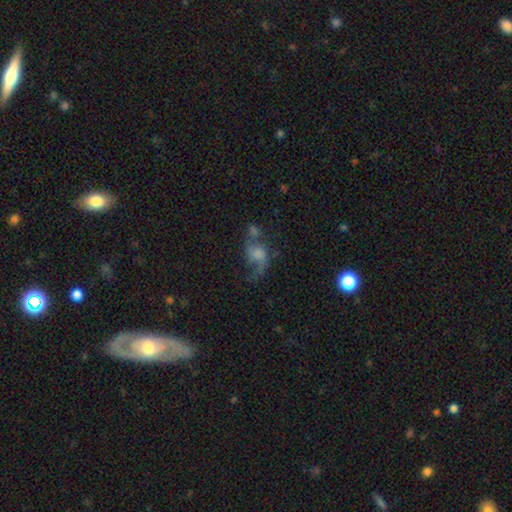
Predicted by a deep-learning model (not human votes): Smooth or featured? Predicted: featured or disk (p=0.55). Edge-on disk? Predicted: no (p=0.95). Bar? Predicted: no (p=0.70). Spiral arms? Predicted: yes (p=0.82). Bulge size? Predicted: moderate (p=0.36). Merging? Predicted: none (p=0.42).